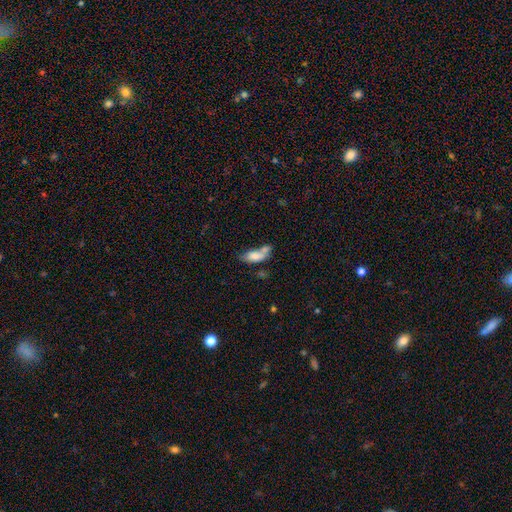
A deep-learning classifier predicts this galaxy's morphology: smooth_or_featured: smooth (p=0.73) [alt: featured or disk p=0.18]
how_rounded: in between (p=0.79) [alt: cigar-shaped p=0.17]
merging: merger (p=0.44) [alt: none p=0.27]